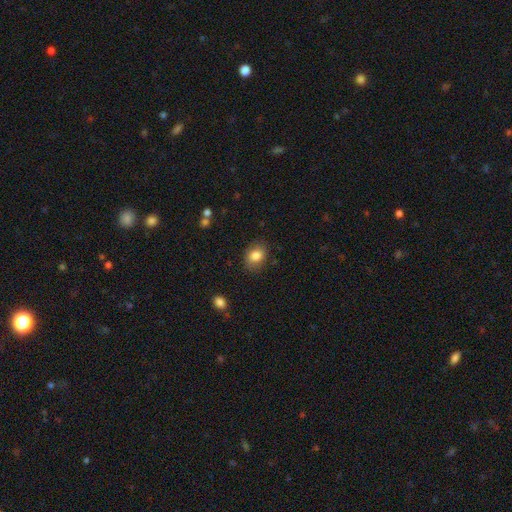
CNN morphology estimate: type=smooth (84%); roundness=in between (60%); merging=none (80%).